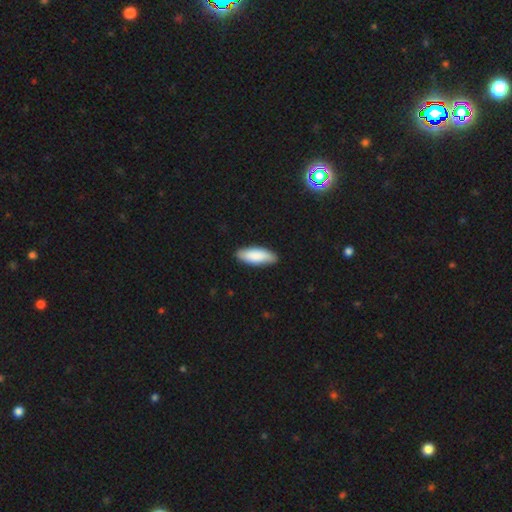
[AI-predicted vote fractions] Q: Smooth or featured?
A: smooth (87%); runner-up: featured or disk (8%)
Q: How rounded?
A: in between (70%); runner-up: cigar-shaped (28%)
Q: Merging?
A: none (87%); runner-up: minor disturbance (10%)